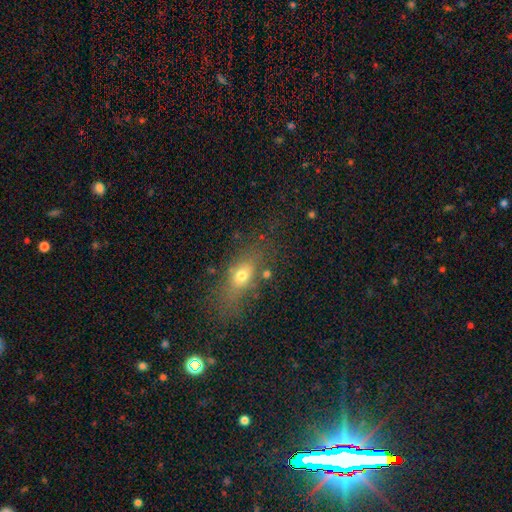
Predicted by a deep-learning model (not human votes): smooth-or-featured: smooth: 39% | star or artifact: 37% | featured or disk: 23%
  merging: none: 74% | minor disturbance: 15% | major disturbance: 7% | merger: 4%